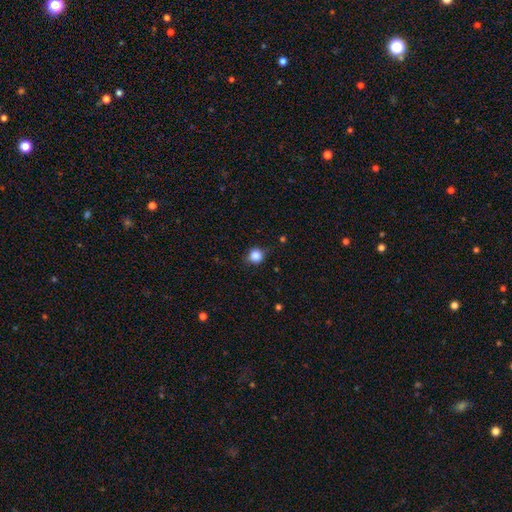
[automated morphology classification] This is clearly a smooth galaxy (84%). How rounded: clearly round (86%). Merging: clearly none (84%).